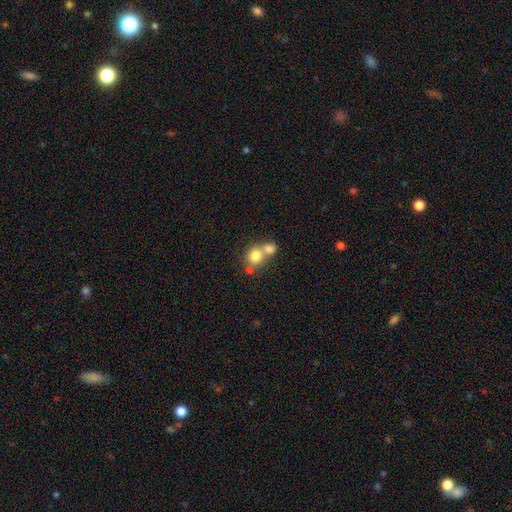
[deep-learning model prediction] Q: Smooth or featured?
A: smooth (77%); runner-up: featured or disk (13%)
Q: How rounded?
A: round (81%); runner-up: in between (18%)
Q: Merging?
A: merger (57%); runner-up: none (35%)